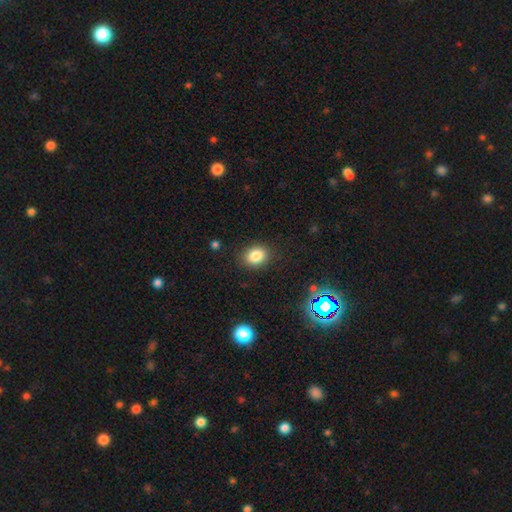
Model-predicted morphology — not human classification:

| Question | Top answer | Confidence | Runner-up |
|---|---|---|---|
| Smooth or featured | smooth | 83% | star or artifact (11%) |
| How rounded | in between | 55% | round (44%) |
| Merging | none | 87% | minor disturbance (9%) |